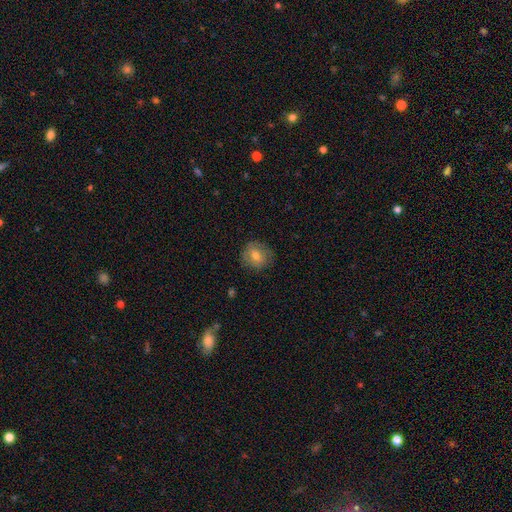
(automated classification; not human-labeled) Q: Smooth or featured?
A: smooth (68%); runner-up: featured or disk (23%)
Q: How rounded?
A: round (80%); runner-up: in between (19%)
Q: Merging?
A: none (80%); runner-up: minor disturbance (15%)